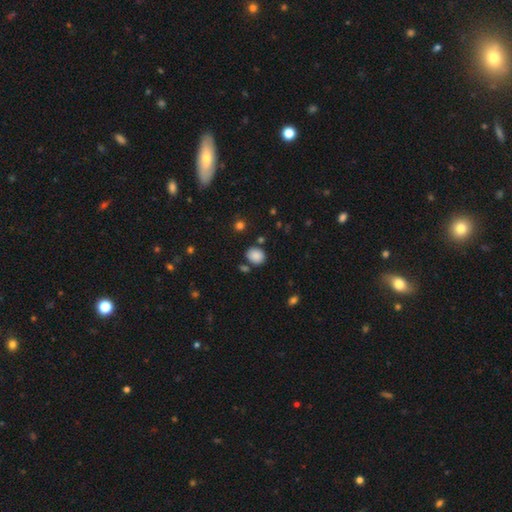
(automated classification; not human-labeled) A smooth galaxy with no disk features (86%) that is round (60%).

Vote fractions:
- Smooth or featured? smooth: 86% / star or artifact: 9% / featured or disk: 4%
- How rounded? round: 60% / in between: 39% / cigar-shaped: 1%
- Merging? none: 78% / minor disturbance: 11% / merger: 7% / major disturbance: 3%